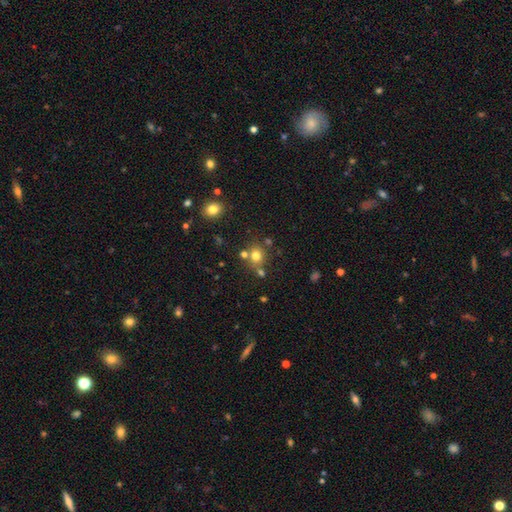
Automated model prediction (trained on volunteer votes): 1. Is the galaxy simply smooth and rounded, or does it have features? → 74% smooth, 16% star or artifact, 9% featured or disk.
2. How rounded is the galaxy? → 81% round, 18% in between, 1% cigar-shaped.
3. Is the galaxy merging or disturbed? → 67% none, 18% merger, 11% minor disturbance, 4% major disturbance.